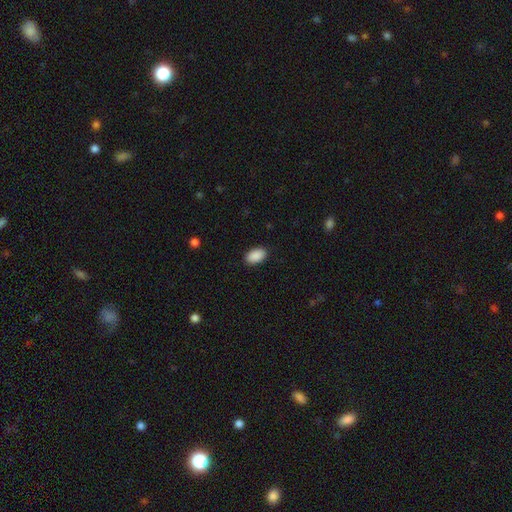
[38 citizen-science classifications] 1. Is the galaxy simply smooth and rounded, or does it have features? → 89% smooth, 8% star or artifact, 3% featured or disk.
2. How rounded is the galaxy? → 97% in between, 3% round, 0% cigar-shaped.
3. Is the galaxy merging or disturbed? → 89% none, 11% minor disturbance, 0% major disturbance, 0% merger.